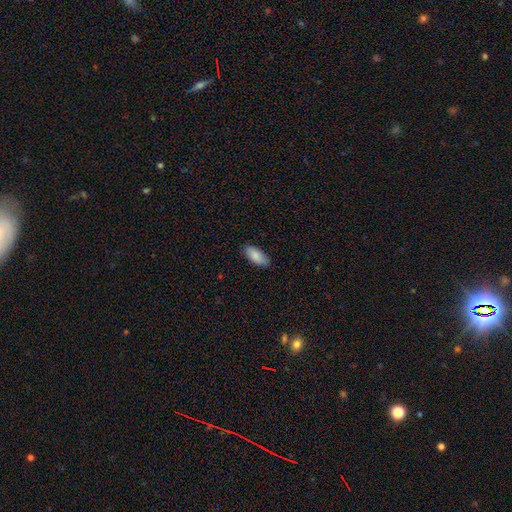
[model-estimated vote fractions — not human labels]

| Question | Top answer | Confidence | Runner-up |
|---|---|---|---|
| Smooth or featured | smooth | 88% | featured or disk (6%) |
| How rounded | in between | 88% | cigar-shaped (11%) |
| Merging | none | 86% | minor disturbance (11%) |